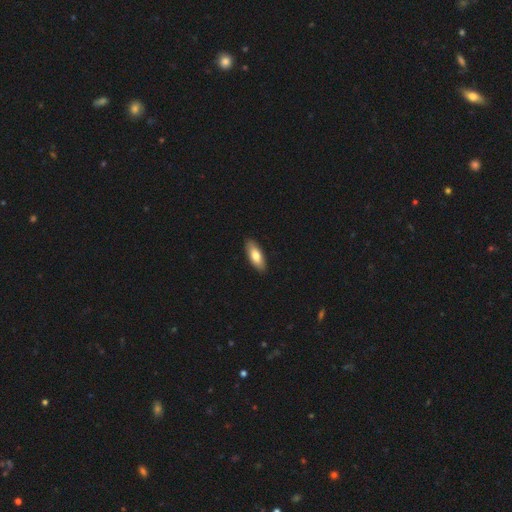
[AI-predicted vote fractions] Overall: smooth (76%). How rounded: in between (75%). Merging: none (89%).